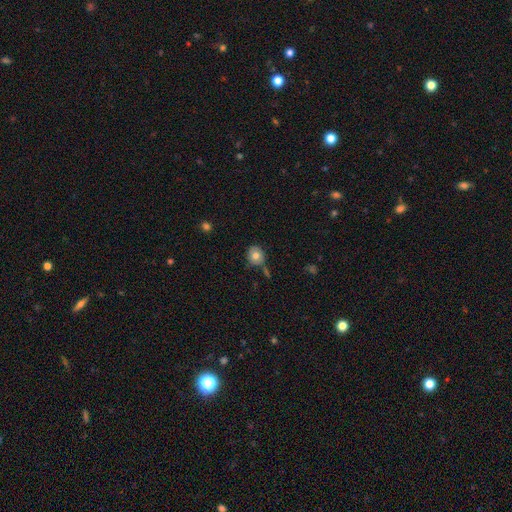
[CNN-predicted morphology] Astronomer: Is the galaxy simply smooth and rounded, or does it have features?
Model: smooth — 74%.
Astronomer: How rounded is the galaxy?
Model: round — 82%.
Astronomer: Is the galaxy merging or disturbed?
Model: none — 70%.